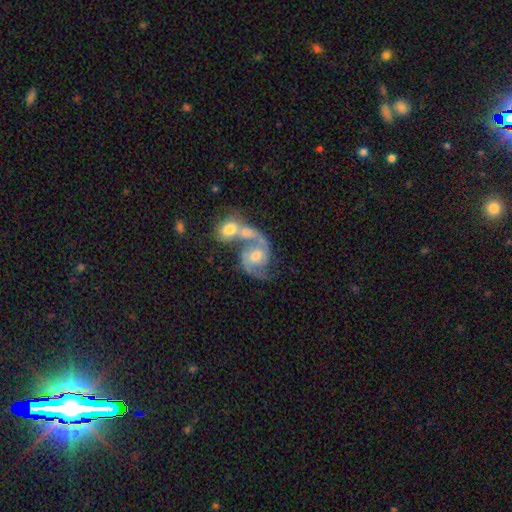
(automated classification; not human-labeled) smooth-or-featured: featured or disk: 86% | smooth: 8% | star or artifact: 6%
  disk-edge-on: no: 98% | yes: 2%
    bar: no: 56% | weak: 35% | strong: 9%
    has-spiral-arms: yes: 96% | no: 4%
      spiral-winding: medium: 57% | loose: 23% | tight: 20%
      spiral-arm-count: 2: 90% | can't tell: 3% | 1: 3% | 3: 2% | 4: 1% | more than 4: 1%
    bulge-size: moderate: 62% | small: 25% | large: 8% | none: 3% | dominant: 1%
  merging: merger: 54% | none: 28% | minor disturbance: 10% | major disturbance: 8%